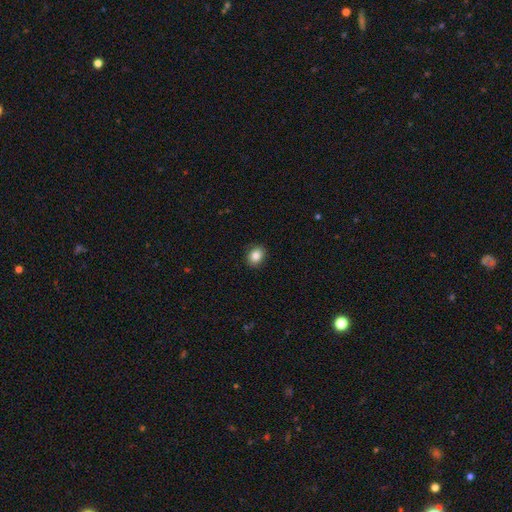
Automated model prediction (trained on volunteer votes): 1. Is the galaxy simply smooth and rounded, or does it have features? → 85% smooth, 9% star or artifact, 6% featured or disk.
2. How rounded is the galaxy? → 53% in between, 46% round, 1% cigar-shaped.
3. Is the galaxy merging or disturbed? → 90% none, 7% minor disturbance, 2% major disturbance, 1% merger.